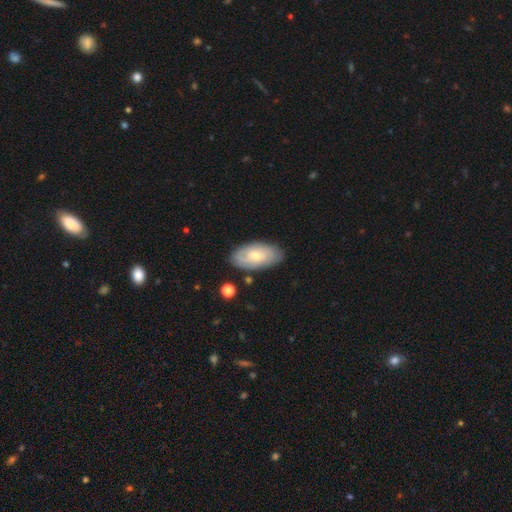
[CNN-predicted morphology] smooth_or_featured: featured or disk (p=0.47) [tied with: smooth p=0.47]
merging: none (p=0.79) [alt: minor disturbance p=0.15]